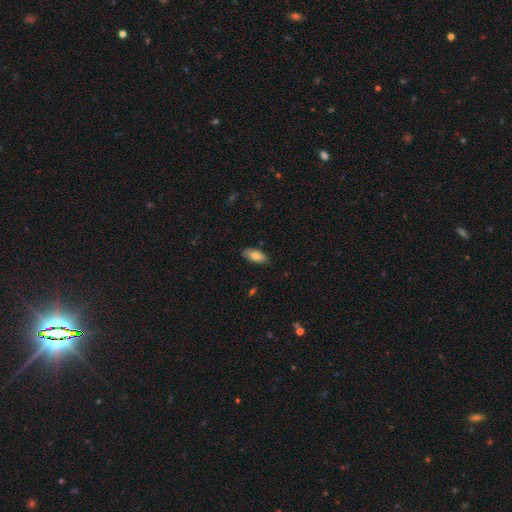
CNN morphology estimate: Smooth or featured: smooth — 80% (featured or disk — 14%)
How rounded: in between — 88% (cigar-shaped — 10%)
Merging: none — 84% (minor disturbance — 13%)